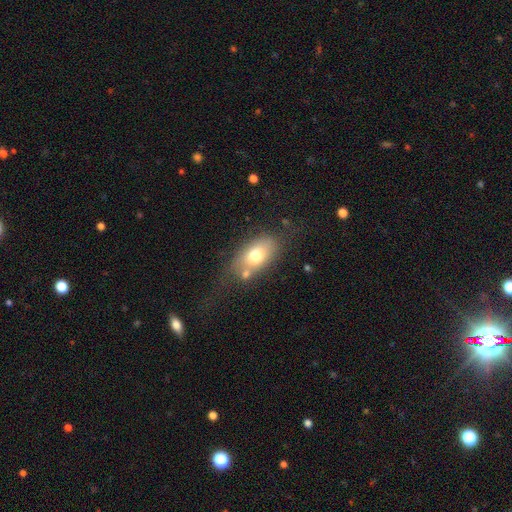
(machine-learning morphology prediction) type=smooth (70%); roundness=in between (86%); merging=none (57%).